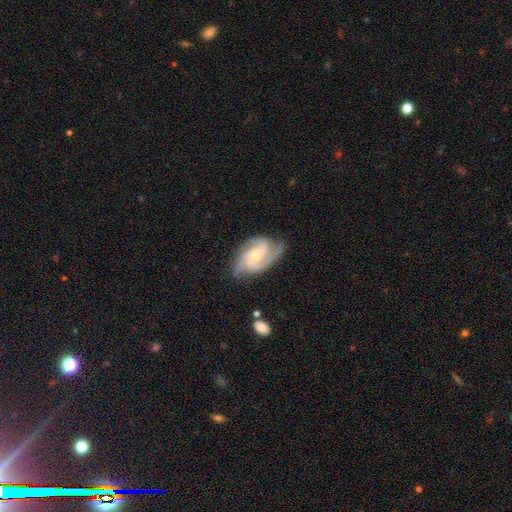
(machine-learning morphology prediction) Smooth or featured? Predicted: featured or disk (p=0.90). Edge-on disk? Predicted: no (p=0.98). Bar? Predicted: no (p=0.55). Spiral arms? Predicted: yes (p=0.98). Spiral winding? Predicted: medium (p=0.49). Spiral arm count? Predicted: 3 (p=0.58). Bulge size? Predicted: small (p=0.58). Merging? Predicted: none (p=0.71).